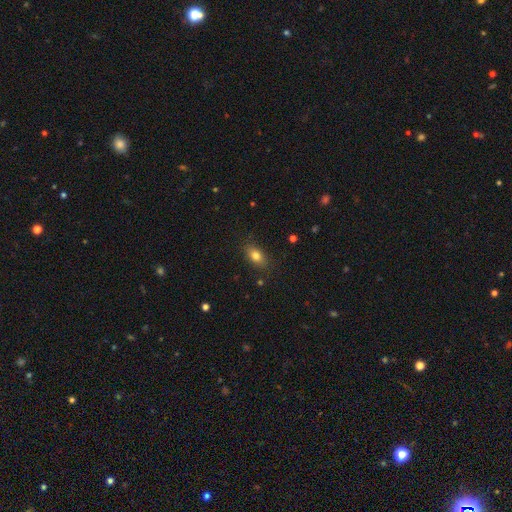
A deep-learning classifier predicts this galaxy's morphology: The model was most divided on "smooth or featured": smooth: 81%, star or artifact: 10%, featured or disk: 9%. More confident: merging — none (84%); how rounded — in between (84%).